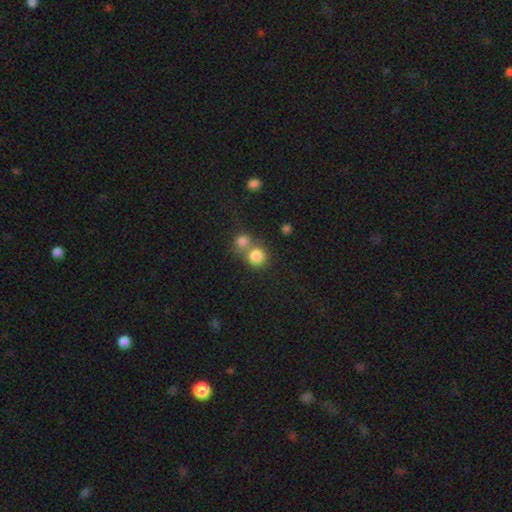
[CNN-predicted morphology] This appears to be a smooth galaxy with no disk features (82%) that is round (87%). Merging: none (47%).